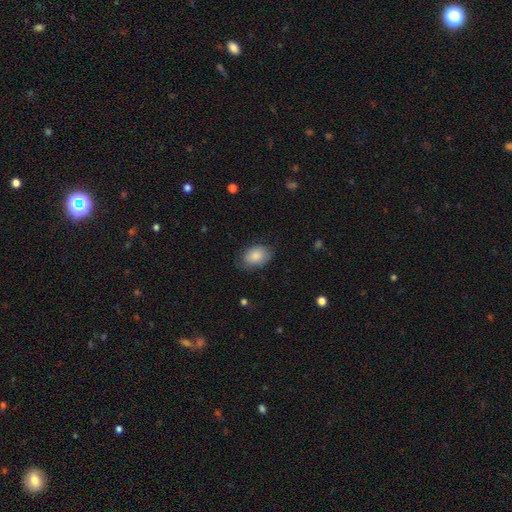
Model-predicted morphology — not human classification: This appears to be a smooth galaxy with no disk features (83%) that is in between round and cigar-shaped (83%). Merging: none (70%).